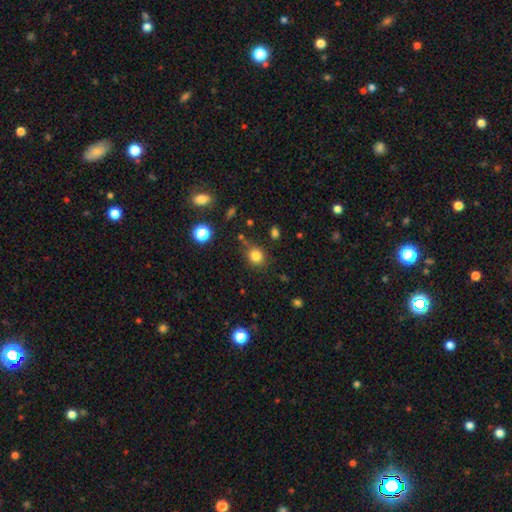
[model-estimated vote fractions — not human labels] smooth_or_featured: smooth (p=0.81) [alt: star or artifact p=0.13]
how_rounded: round (p=0.78) [alt: in between p=0.21]
merging: none (p=0.77) [alt: minor disturbance p=0.14]